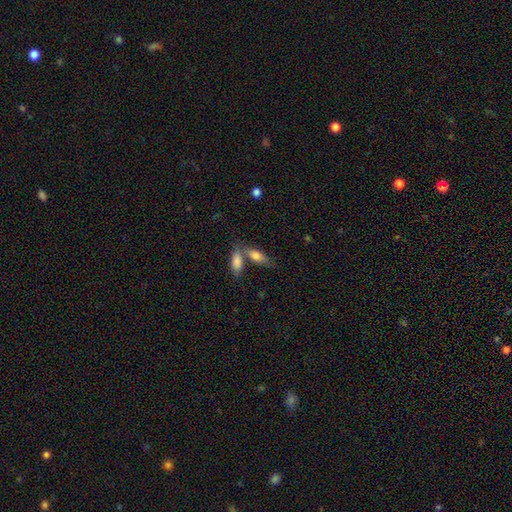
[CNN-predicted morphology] Smooth or featured?
  - smooth: 77% *
  - featured or disk: 16%
  - star or artifact: 7%
How rounded?
  - in between: 70% *
  - cigar-shaped: 27%
  - round: 3%
Merging?
  - none: 46% *
  - merger: 41%
  - minor disturbance: 10%
  - major disturbance: 4%